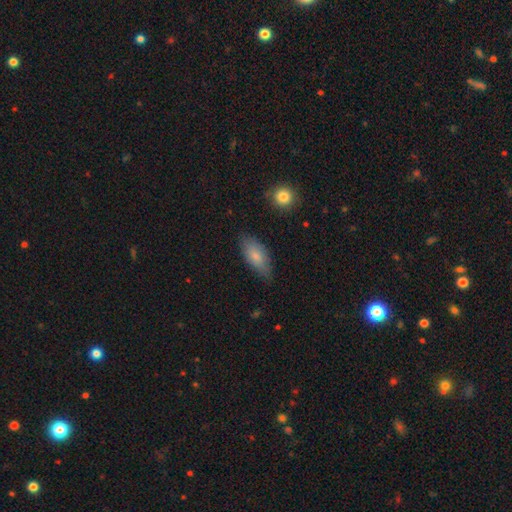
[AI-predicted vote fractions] A smooth galaxy with no disk features (78%) that is in between round and cigar-shaped (87%).

Vote fractions:
- Smooth or featured? smooth: 78% / featured or disk: 16% / star or artifact: 7%
- How rounded? in between: 87% / cigar-shaped: 10% / round: 3%
- Merging? none: 75% / minor disturbance: 20% / major disturbance: 4% / merger: 2%